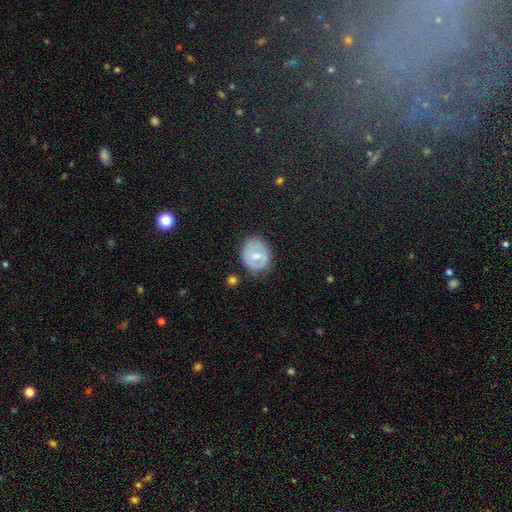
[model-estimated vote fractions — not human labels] smooth 49%, featured or disk 44%, star or artifact 7%. Down the decision tree: merging — none (74%).